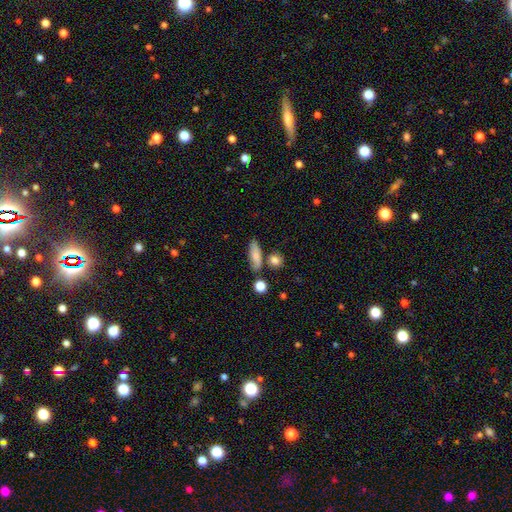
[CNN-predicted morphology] A smooth galaxy with no disk features (77%) that is in between round and cigar-shaped (58%).

Vote fractions:
- Smooth or featured? smooth: 77% / featured or disk: 15% / star or artifact: 8%
- How rounded? in between: 58% / cigar-shaped: 36% / round: 6%
- Merging? none: 69% / minor disturbance: 16% / merger: 11% / major disturbance: 5%